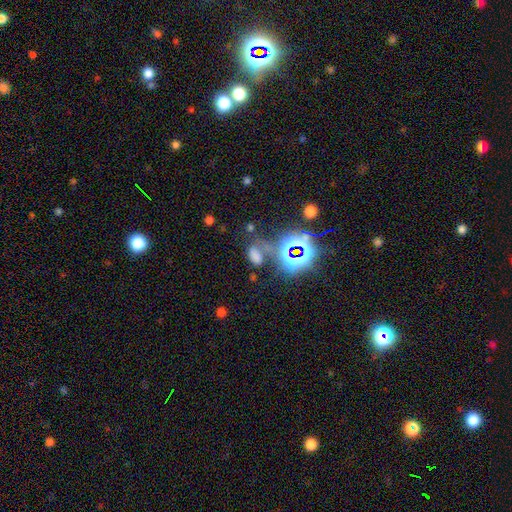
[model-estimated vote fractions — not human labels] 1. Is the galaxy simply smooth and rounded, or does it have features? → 54% smooth, 36% star or artifact, 9% featured or disk.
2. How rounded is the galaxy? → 85% in between, 11% round, 4% cigar-shaped.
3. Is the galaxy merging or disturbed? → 52% none, 18% merger, 18% minor disturbance, 13% major disturbance.